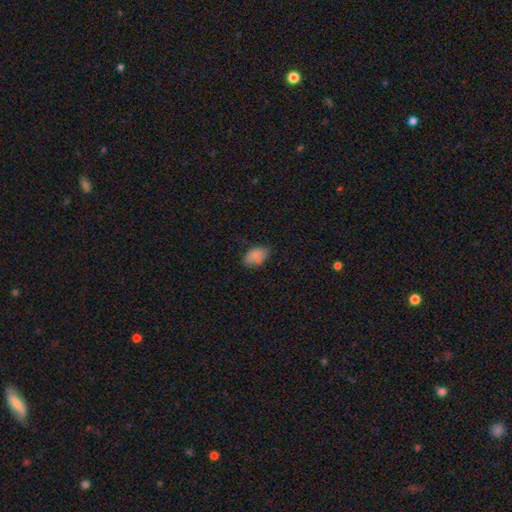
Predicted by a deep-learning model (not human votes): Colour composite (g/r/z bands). It shows a smooth galaxy with no disk features (84%) that is in between round and cigar-shaped (89%). Merging: none (68%).